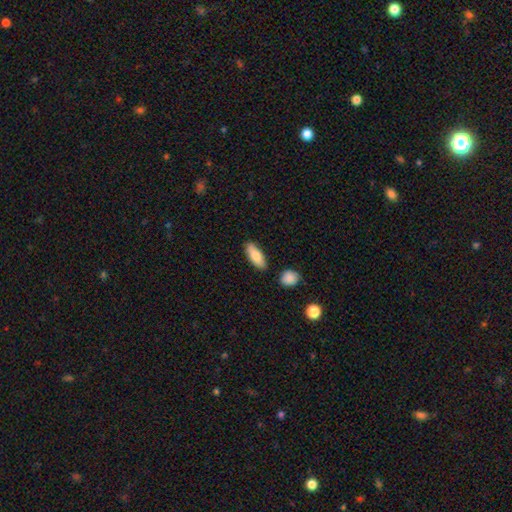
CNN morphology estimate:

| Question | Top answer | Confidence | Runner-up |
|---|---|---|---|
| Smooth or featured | smooth | 82% | featured or disk (12%) |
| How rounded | in between | 74% | cigar-shaped (24%) |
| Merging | none | 84% | minor disturbance (11%) |